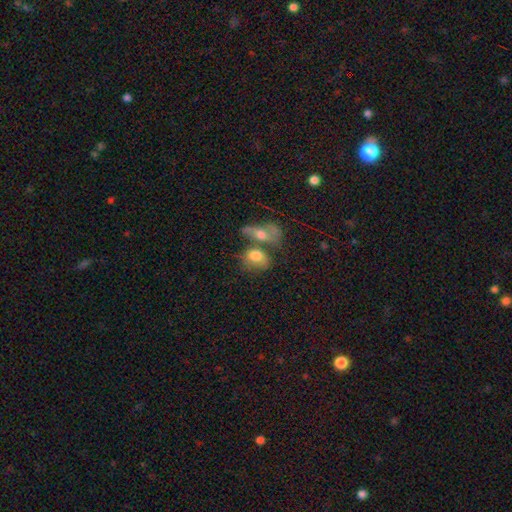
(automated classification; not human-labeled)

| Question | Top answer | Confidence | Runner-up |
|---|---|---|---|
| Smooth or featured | smooth | 70% | featured or disk (21%) |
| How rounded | in between | 69% | round (29%) |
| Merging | merger | 53% | none (25%) |